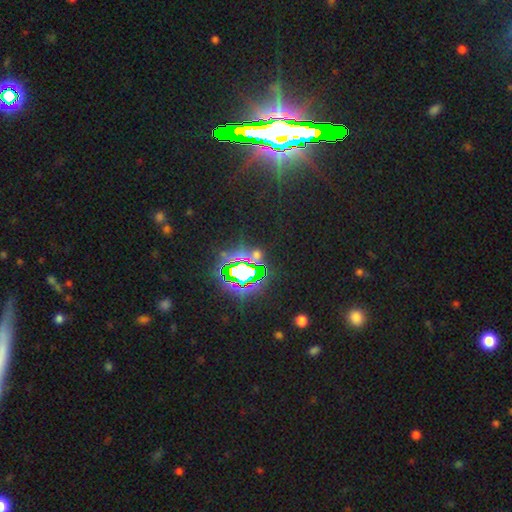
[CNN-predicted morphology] Overall: star or artifact (74%).